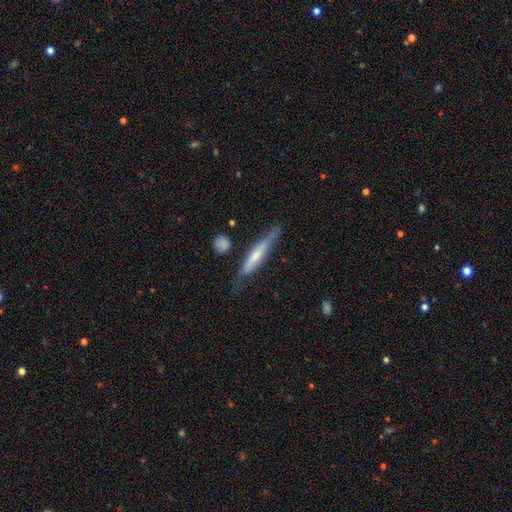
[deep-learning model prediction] smooth_or_featured: featured or disk (p=0.49) [alt: smooth p=0.45]
merging: none (p=0.65) [alt: minor disturbance p=0.24]